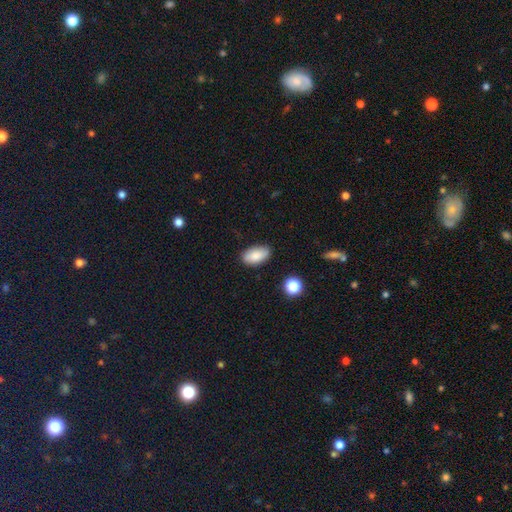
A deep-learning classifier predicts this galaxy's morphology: A smooth galaxy with no disk features (85%) that is in between round and cigar-shaped (93%). Merging: none (83%).